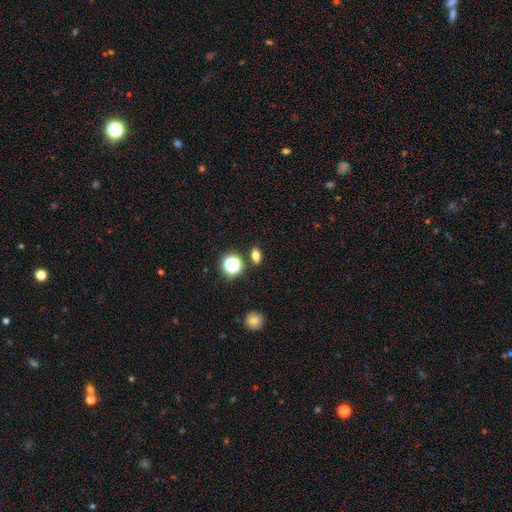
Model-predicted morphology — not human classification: smooth 72%, star or artifact 19%, featured or disk 9%. Down the decision tree: how rounded — in between (71%); merging — none (85%).